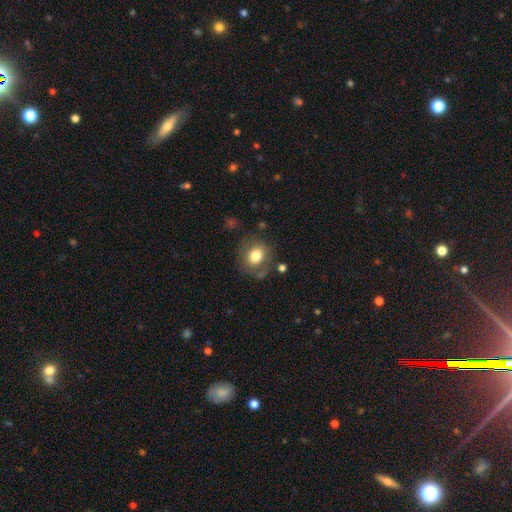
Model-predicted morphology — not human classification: smooth_or_featured: smooth (p=0.76) [alt: featured or disk p=0.15]
how_rounded: round (p=0.66) [alt: in between p=0.33]
merging: none (p=0.73) [alt: minor disturbance p=0.16]